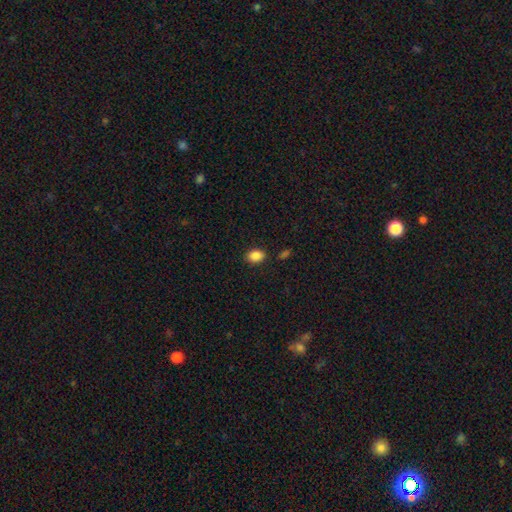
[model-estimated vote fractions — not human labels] The model was most divided on "how rounded": in between: 71%, round: 28%, cigar-shaped: 1%. More confident: smooth or featured — smooth (87%); merging — none (84%).